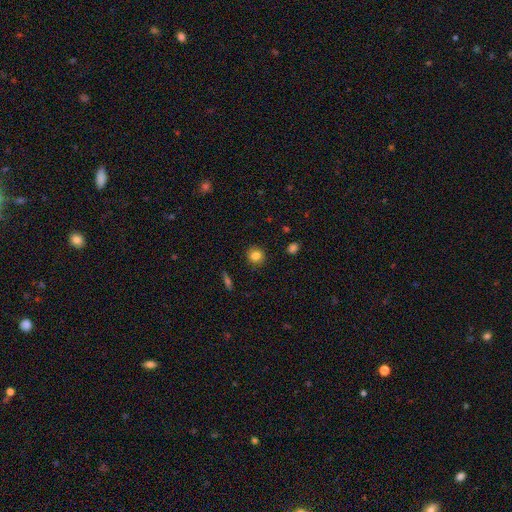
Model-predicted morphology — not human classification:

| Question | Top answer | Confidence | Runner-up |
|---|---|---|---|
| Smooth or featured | smooth | 82% | star or artifact (10%) |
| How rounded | round | 89% | in between (10%) |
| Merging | none | 90% | minor disturbance (7%) |